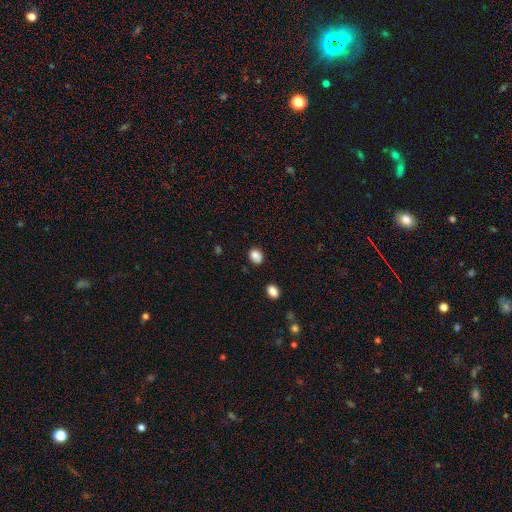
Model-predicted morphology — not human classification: A smooth galaxy with no disk features (85%) that is in between round and cigar-shaped (51%).

Vote fractions:
- Smooth or featured? smooth: 85% / star or artifact: 10% / featured or disk: 5%
- How rounded? in between: 51% / round: 48% / cigar-shaped: 1%
- Merging? none: 75% / minor disturbance: 18% / major disturbance: 4% / merger: 3%